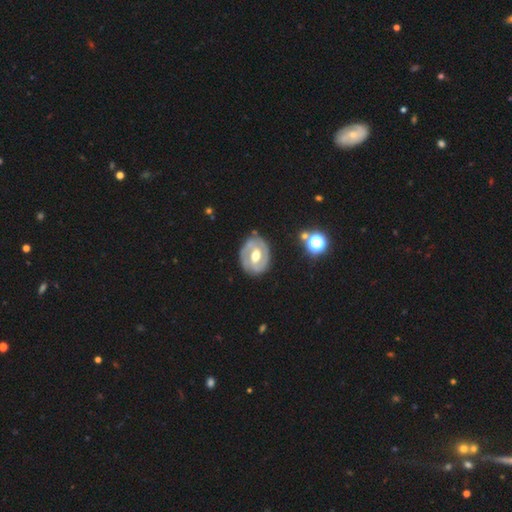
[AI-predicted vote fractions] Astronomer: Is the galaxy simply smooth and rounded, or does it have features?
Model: featured or disk — 75%.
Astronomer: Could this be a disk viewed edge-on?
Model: no — 96%.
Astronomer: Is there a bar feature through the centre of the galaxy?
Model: weak — 42% (runner-up: no, 34%).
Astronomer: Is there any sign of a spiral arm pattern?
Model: yes — 66%.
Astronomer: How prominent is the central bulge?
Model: moderate — 71%.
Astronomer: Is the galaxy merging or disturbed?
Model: none — 78%.